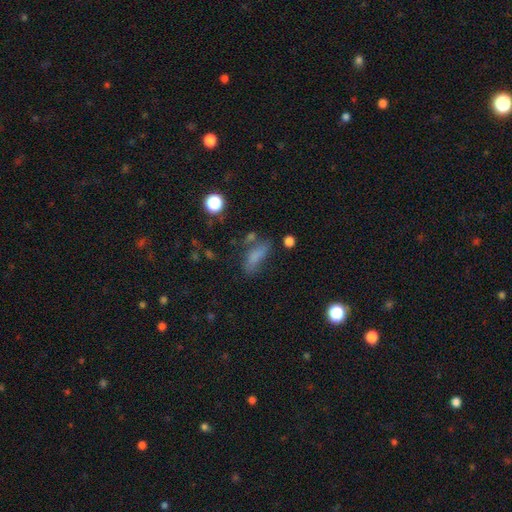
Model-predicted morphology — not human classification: smooth-or-featured: smooth: 71% | featured or disk: 15% | star or artifact: 15%
  how-rounded: in between: 63% | cigar-shaped: 31% | round: 6%
  merging: none: 50% | minor disturbance: 25% | major disturbance: 14% | merger: 11%